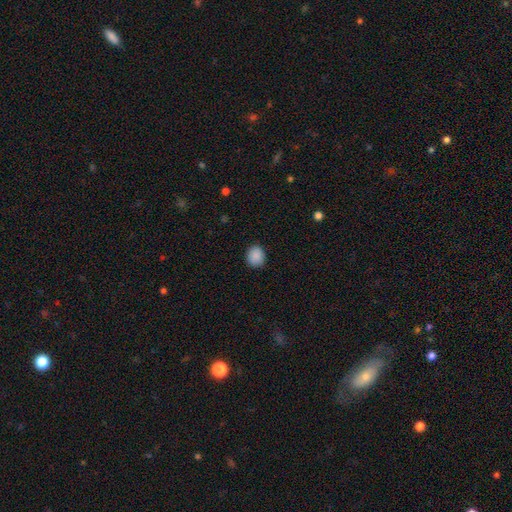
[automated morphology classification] Overall: smooth (89%). How rounded: round (77%). Merging: none (89%).